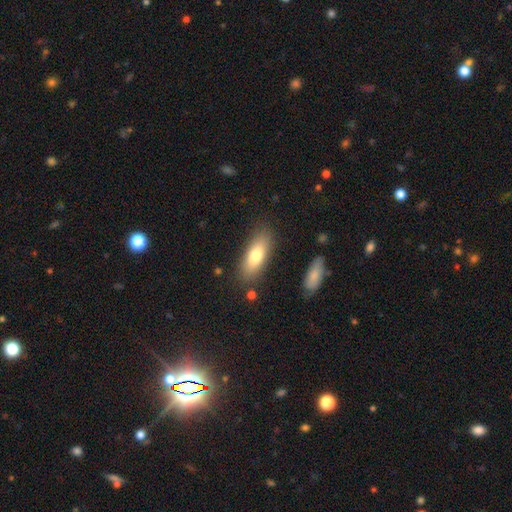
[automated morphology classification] The model was most divided on "how rounded": in between: 71%, cigar-shaped: 26%, round: 3%. More confident: merging — none (83%); smooth or featured — smooth (74%).